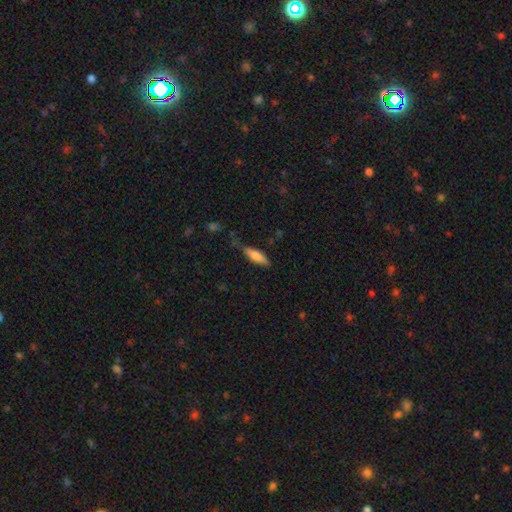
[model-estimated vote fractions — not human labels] This appears to be a smooth galaxy with no disk features (70%) that is cigar-shaped (59%). Merging: none (68%).